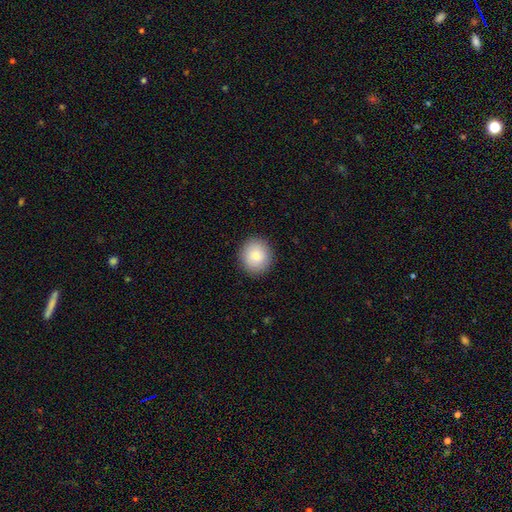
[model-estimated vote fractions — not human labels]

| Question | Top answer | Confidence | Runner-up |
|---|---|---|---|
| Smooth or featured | smooth | 84% | featured or disk (8%) |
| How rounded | round | 84% | in between (15%) |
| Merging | none | 90% | minor disturbance (7%) |